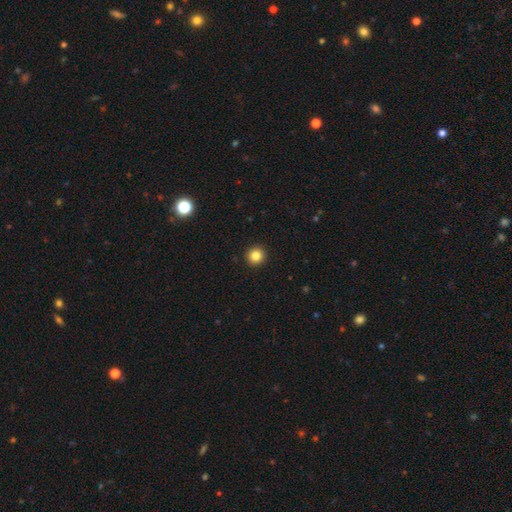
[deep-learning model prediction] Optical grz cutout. It shows a smooth galaxy with no disk features (84%) that is round (94%). Merging: none (93%).